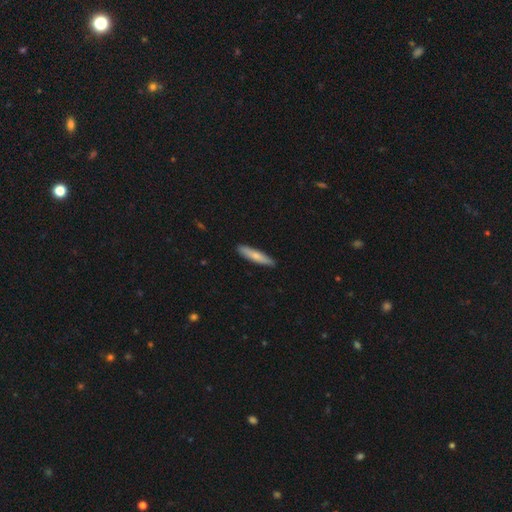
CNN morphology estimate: smooth_or_featured: smooth (p=0.71) [alt: featured or disk p=0.24]
how_rounded: cigar-shaped (p=0.87) [alt: in between p=0.11]
merging: none (p=0.89) [alt: minor disturbance p=0.08]